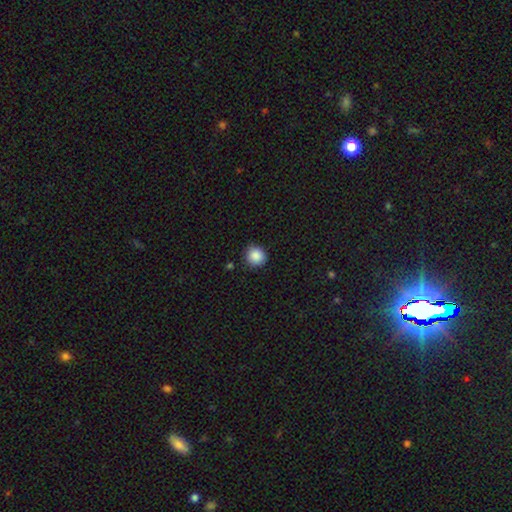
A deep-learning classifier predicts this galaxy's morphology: A smooth galaxy with no disk features (88%) that is round (91%).

Vote fractions:
- Smooth or featured? smooth: 88% / star or artifact: 9% / featured or disk: 3%
- How rounded? round: 91% / in between: 8% / cigar-shaped: 1%
- Merging? none: 86% / minor disturbance: 10% / major disturbance: 2% / merger: 2%